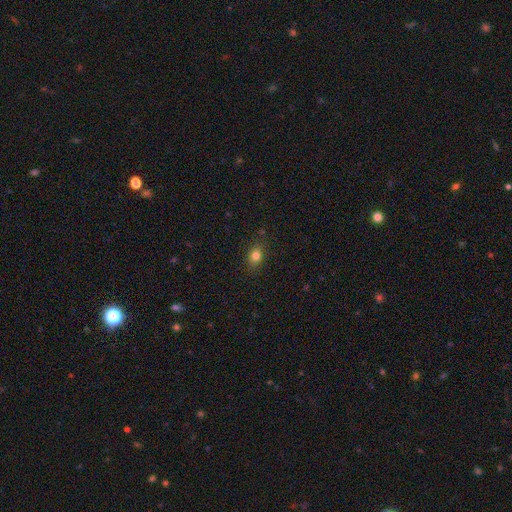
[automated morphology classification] The model was most divided on "how rounded": in between: 59%, round: 38%, cigar-shaped: 2%. More confident: merging — none (85%); smooth or featured — smooth (80%).